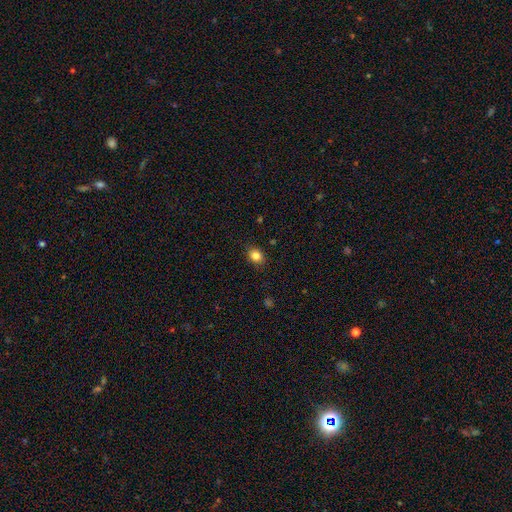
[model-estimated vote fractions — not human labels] smooth_or_featured: smooth (p=0.83) [alt: star or artifact p=0.11]
how_rounded: round (p=0.53) [alt: in between p=0.46]
merging: none (p=0.87) [alt: minor disturbance p=0.10]